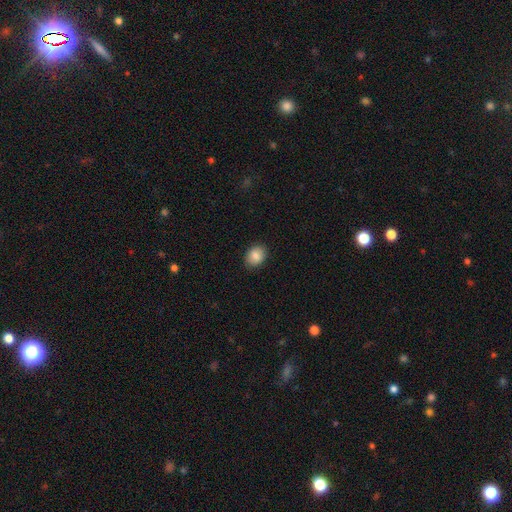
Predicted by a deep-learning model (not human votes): Smooth or featured? smooth (84%)
How rounded? in between (59%)
Merging? none (87%)